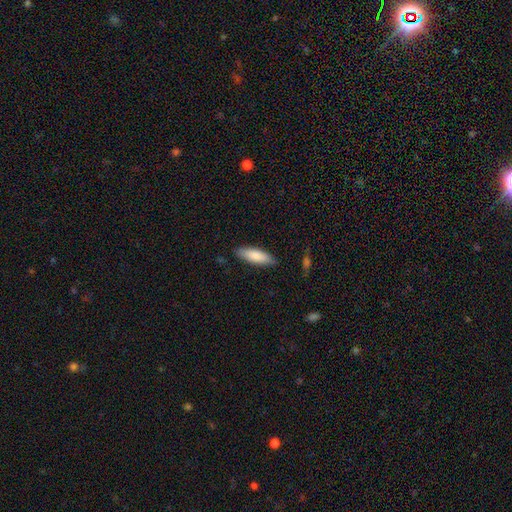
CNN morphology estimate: This appears to be a smooth galaxy with no disk features (84%) that is in between round and cigar-shaped (53%). Merging: none (85%).